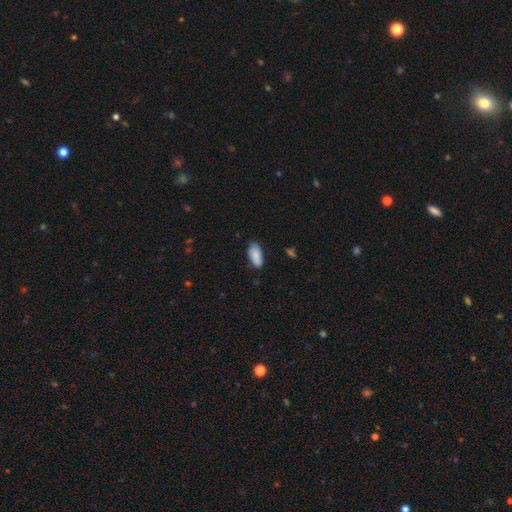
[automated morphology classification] type=smooth (86%); roundness=in between (92%); merging=none (74%).